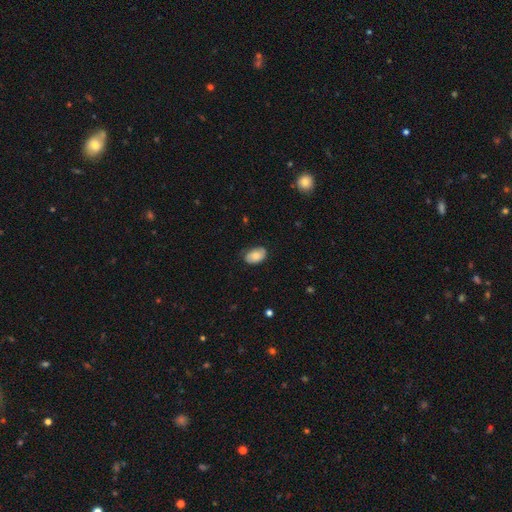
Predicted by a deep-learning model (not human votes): Morphology: type=smooth (77%); roundness=in between (89%); merging=none (73%).